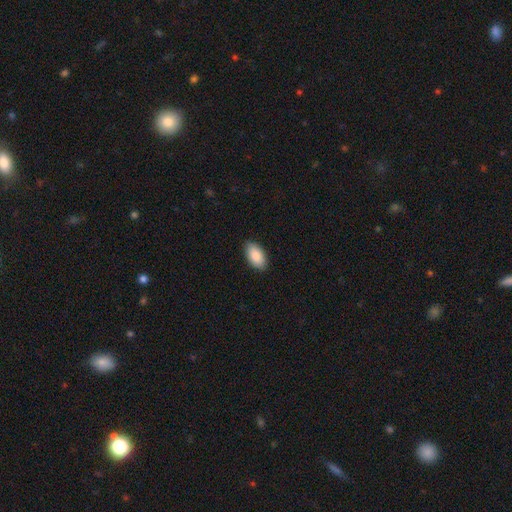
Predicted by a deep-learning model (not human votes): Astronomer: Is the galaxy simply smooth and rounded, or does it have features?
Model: smooth — 89%.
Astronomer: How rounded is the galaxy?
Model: in between — 95%.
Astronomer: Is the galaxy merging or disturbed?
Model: none — 88%.